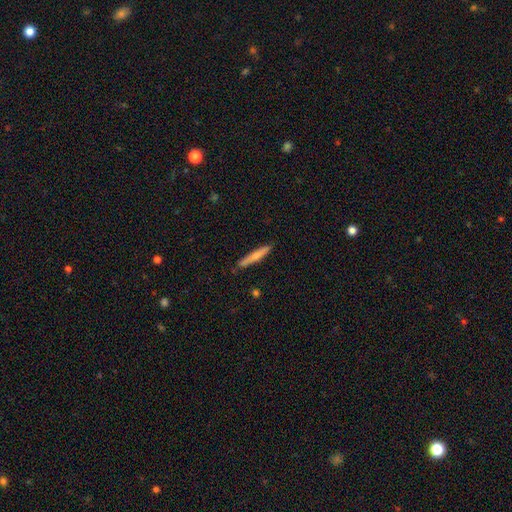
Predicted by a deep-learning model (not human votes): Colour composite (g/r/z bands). It shows a smooth galaxy with no disk features (64%) that is cigar-shaped (94%). Merging: none (86%).